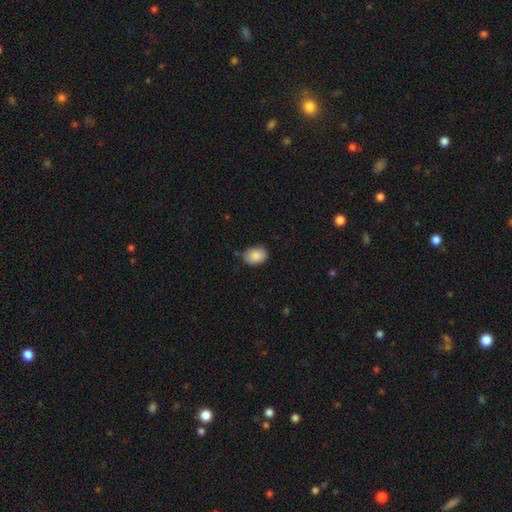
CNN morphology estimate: Smooth or featured?
  - smooth: 88% *
  - star or artifact: 7%
  - featured or disk: 5%
How rounded?
  - in between: 72% *
  - round: 27%
  - cigar-shaped: 1%
Merging?
  - none: 76% *
  - minor disturbance: 19%
  - major disturbance: 3%
  - merger: 2%